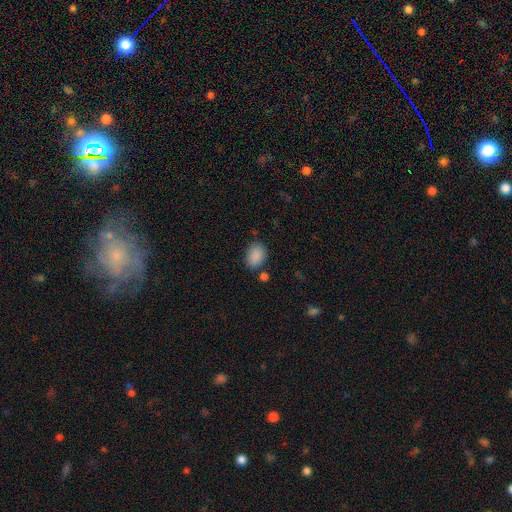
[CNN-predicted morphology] A smooth galaxy with no disk features (88%) that is in between round and cigar-shaped (74%).

Vote fractions:
- Smooth or featured? smooth: 88% / star or artifact: 8% / featured or disk: 4%
- How rounded? in between: 74% / round: 25% / cigar-shaped: 1%
- Merging? none: 75% / minor disturbance: 15% / merger: 6% / major disturbance: 4%